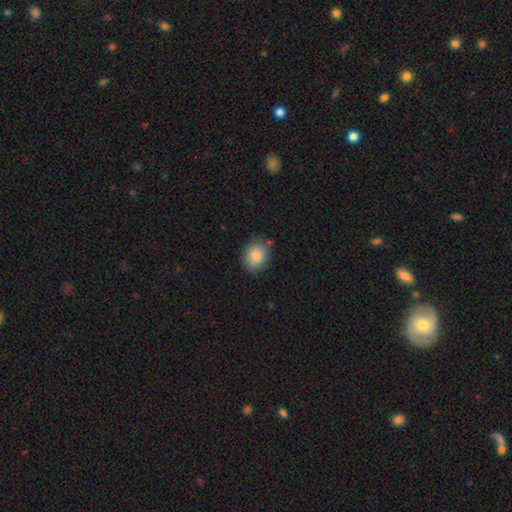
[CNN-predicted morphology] Q: Smooth or featured?
A: smooth (82%); runner-up: featured or disk (10%)
Q: How rounded?
A: in between (51%); runner-up: round (48%)
Q: Merging?
A: none (82%); runner-up: minor disturbance (13%)